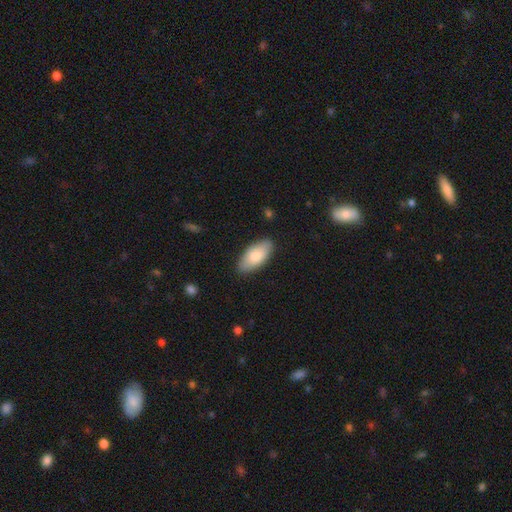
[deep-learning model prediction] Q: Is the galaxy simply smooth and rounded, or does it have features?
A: smooth — 82%.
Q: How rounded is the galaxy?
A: in between — 91%.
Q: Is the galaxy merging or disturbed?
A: none — 85%.